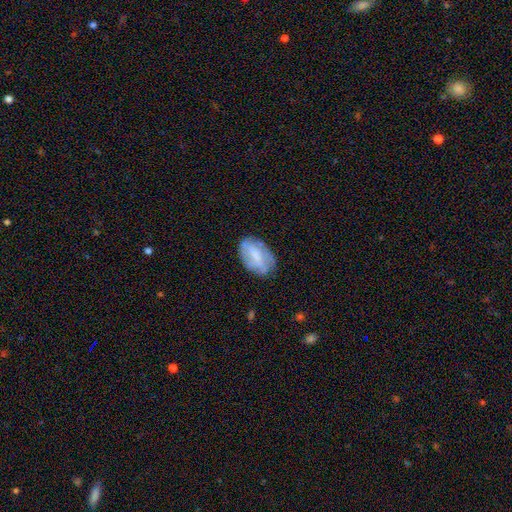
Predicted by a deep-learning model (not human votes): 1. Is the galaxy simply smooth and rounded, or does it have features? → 51% smooth, 42% featured or disk, 7% star or artifact.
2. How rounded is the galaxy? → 92% in between, 6% round, 2% cigar-shaped.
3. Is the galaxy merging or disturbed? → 67% none, 24% minor disturbance, 8% major disturbance, 2% merger.